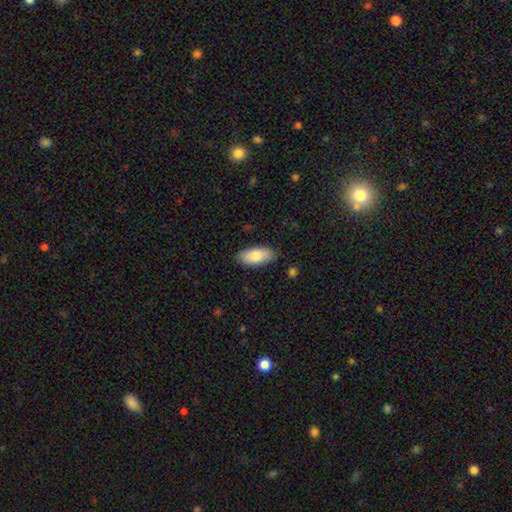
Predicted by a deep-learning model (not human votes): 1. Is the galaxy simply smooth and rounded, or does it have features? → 82% smooth, 12% featured or disk, 6% star or artifact.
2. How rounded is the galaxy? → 87% in between, 11% cigar-shaped, 2% round.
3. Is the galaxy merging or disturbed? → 85% none, 12% minor disturbance, 2% major disturbance, 1% merger.